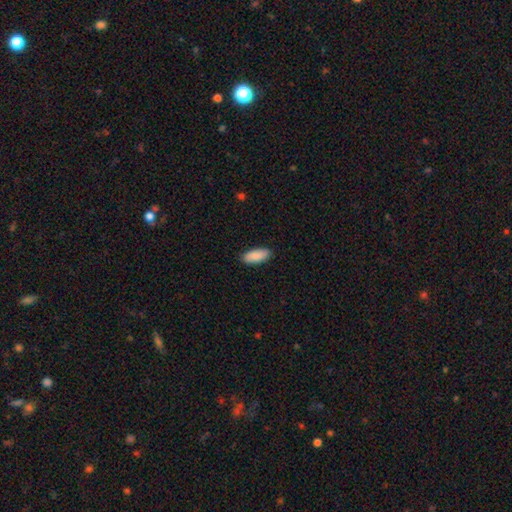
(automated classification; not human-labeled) Smooth or featured? Predicted: smooth (p=0.89). How rounded? Predicted: in between (p=0.84). Merging? Predicted: none (p=0.88).